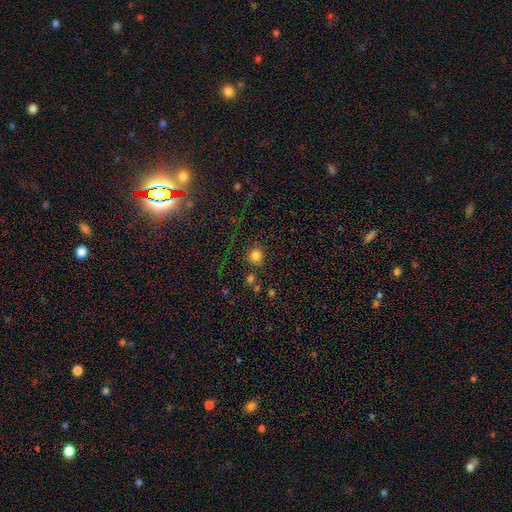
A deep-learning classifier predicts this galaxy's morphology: Q: Smooth or featured?
A: smooth (82%); runner-up: star or artifact (13%)
Q: How rounded?
A: round (91%); runner-up: in between (8%)
Q: Merging?
A: none (82%); runner-up: minor disturbance (9%)